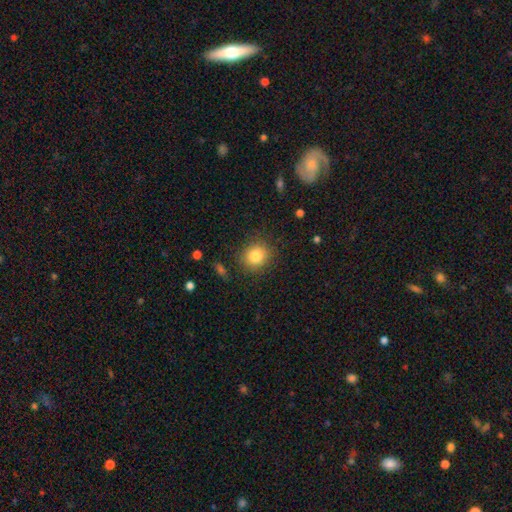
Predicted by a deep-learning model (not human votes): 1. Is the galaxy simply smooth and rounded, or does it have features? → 82% smooth, 10% star or artifact, 8% featured or disk.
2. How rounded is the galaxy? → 80% round, 19% in between, 1% cigar-shaped.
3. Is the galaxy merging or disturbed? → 86% none, 10% minor disturbance, 3% major disturbance, 1% merger.